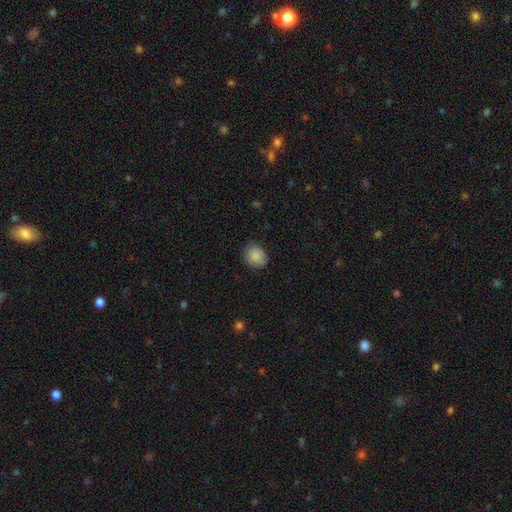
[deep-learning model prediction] smooth 87%, star or artifact 8%, featured or disk 5%. Down the decision tree: how rounded — round (71%); merging — none (80%).